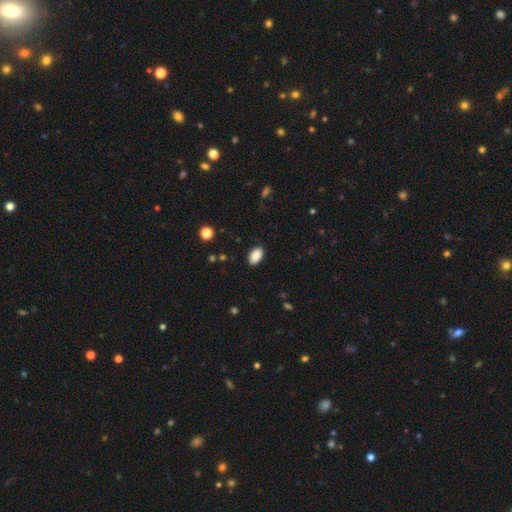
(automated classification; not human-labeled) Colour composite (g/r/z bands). It shows a smooth galaxy with no disk features (88%) that is in between round and cigar-shaped (93%). Merging: none (88%).